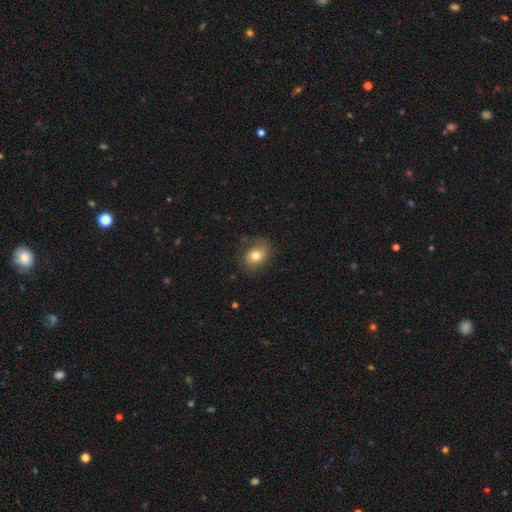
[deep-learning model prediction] This is likely a smooth galaxy (69%). How rounded: likely in between (63%). Merging: likely none (66%).